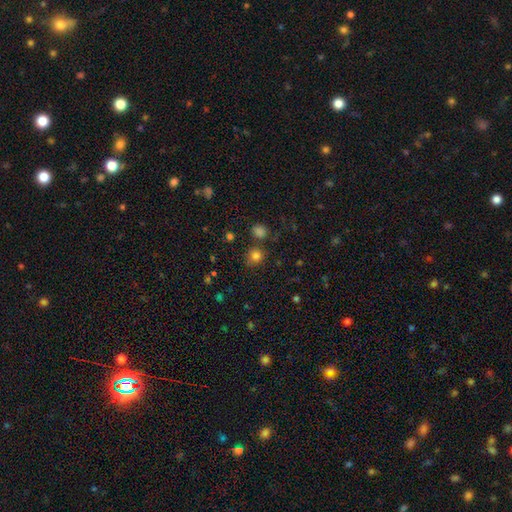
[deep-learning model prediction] Smooth or featured? smooth (80%)
How rounded? round (86%)
Merging? none (77%)